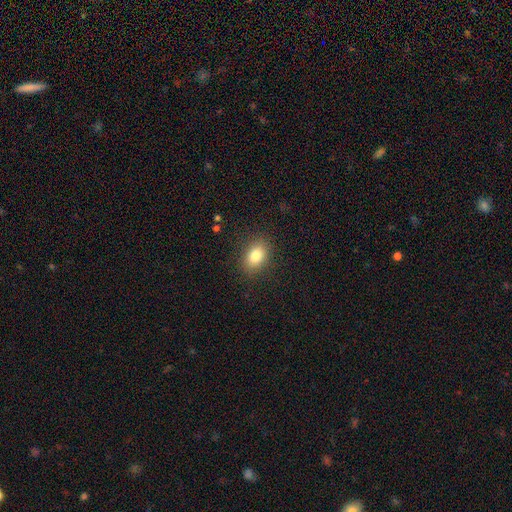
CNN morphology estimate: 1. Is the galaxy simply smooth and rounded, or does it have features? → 82% smooth, 10% star or artifact, 8% featured or disk.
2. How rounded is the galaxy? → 77% in between, 22% round, 2% cigar-shaped.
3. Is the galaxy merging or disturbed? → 87% none, 9% minor disturbance, 3% major disturbance, 1% merger.